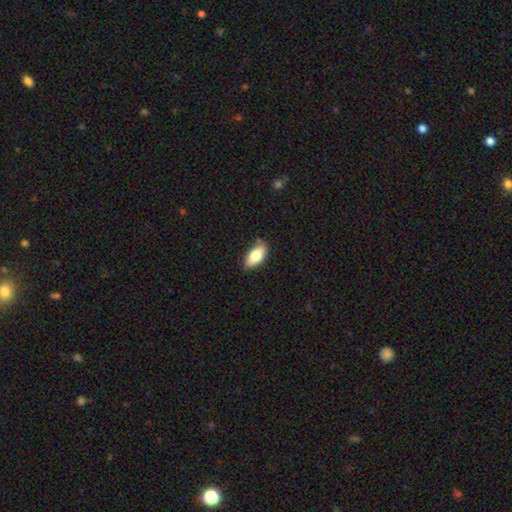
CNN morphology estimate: smooth-or-featured: smooth: 78% | featured or disk: 16% | star or artifact: 6%
  how-rounded: in between: 89% | cigar-shaped: 8% | round: 3%
  merging: none: 73% | minor disturbance: 21% | major disturbance: 3% | merger: 2%